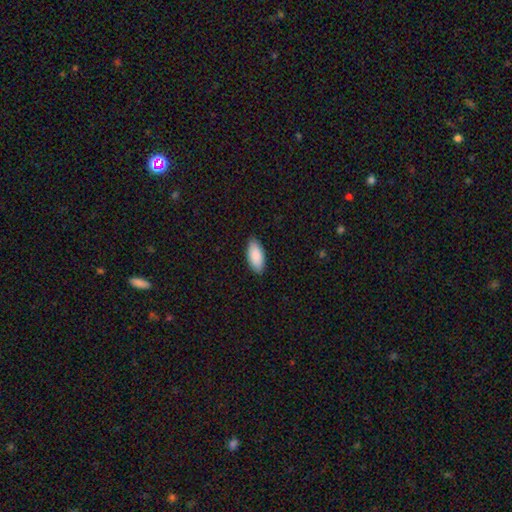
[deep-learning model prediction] Overall: smooth (89%). How rounded: in between (92%). Merging: none (88%).